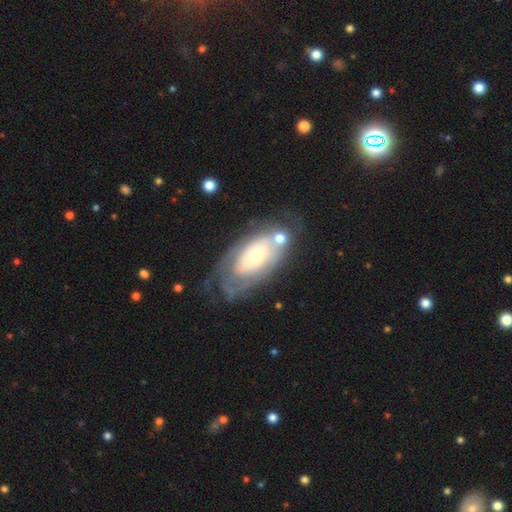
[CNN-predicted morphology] smooth-or-featured: featured or disk: 67% | smooth: 26% | star or artifact: 6%
  disk-edge-on: no: 90% | yes: 10%
    bar: no: 81% | weak: 15% | strong: 4%
    has-spiral-arms: yes: 63% | no: 37%
    bulge-size: small: 52% | moderate: 36% | large: 8% | dominant: 2% | none: 2%
  merging: none: 50% | minor disturbance: 24% | major disturbance: 17% | merger: 9%